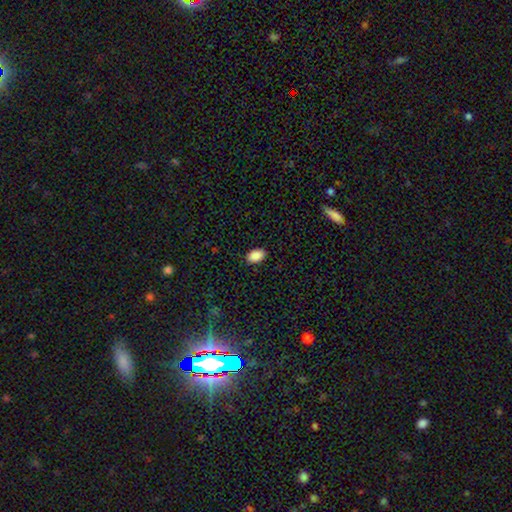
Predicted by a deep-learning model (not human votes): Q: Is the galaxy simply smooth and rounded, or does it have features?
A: smooth — 89%.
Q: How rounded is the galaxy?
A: in between — 91%.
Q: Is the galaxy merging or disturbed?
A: none — 88%.